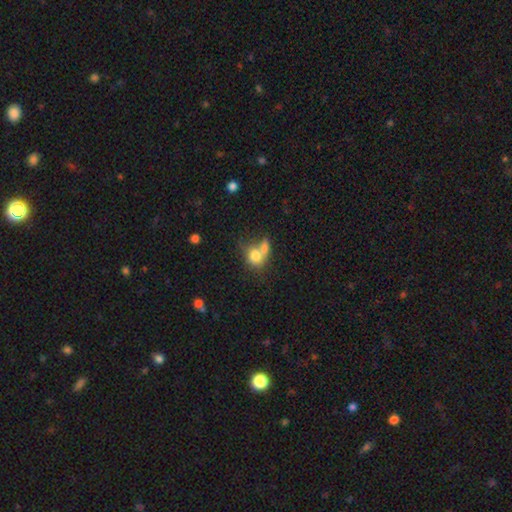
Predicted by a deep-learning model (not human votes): A smooth galaxy with no disk features (76%) that is round (61%).

Vote fractions:
- Smooth or featured? smooth: 76% / featured or disk: 14% / star or artifact: 10%
- How rounded? round: 61% / in between: 38% / cigar-shaped: 1%
- Merging? merger: 55% / none: 29% / minor disturbance: 10% / major disturbance: 7%